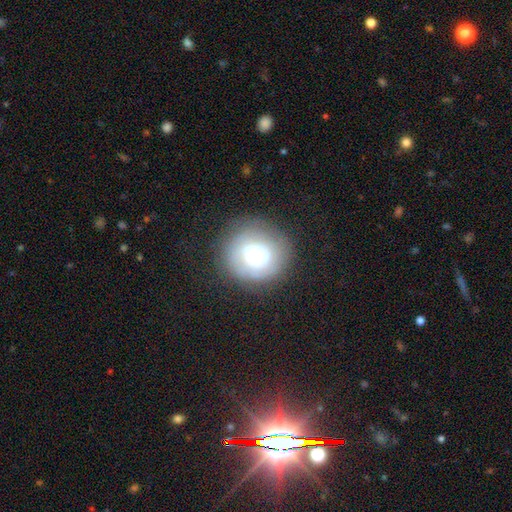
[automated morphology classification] Smooth or featured? Predicted: smooth (p=0.47). Merging? Predicted: none (p=0.70).